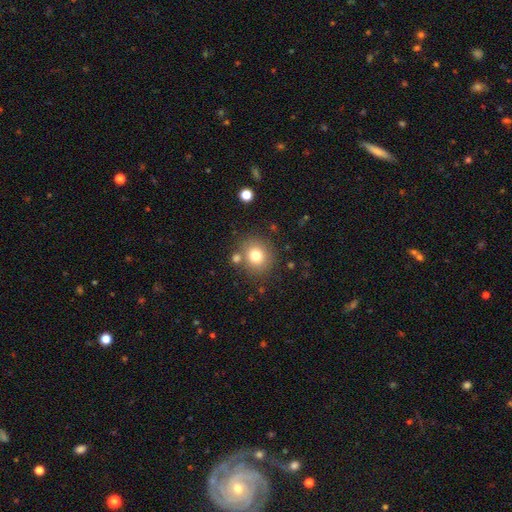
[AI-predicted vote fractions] This appears to be a smooth galaxy with no disk features (77%) that is round (83%). Merging: none (77%).